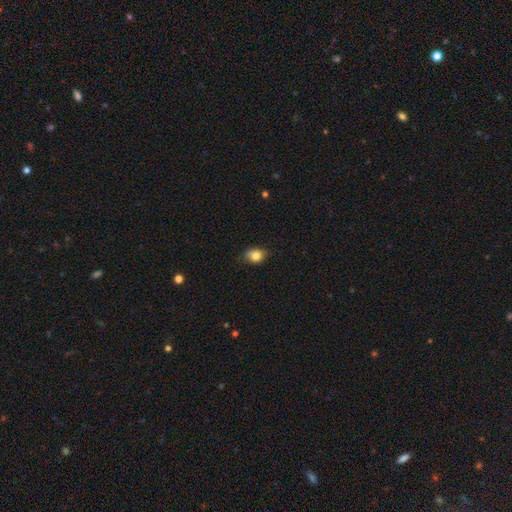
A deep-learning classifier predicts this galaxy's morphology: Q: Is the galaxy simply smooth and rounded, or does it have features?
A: smooth — 82%.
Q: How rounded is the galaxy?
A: in between — 65%.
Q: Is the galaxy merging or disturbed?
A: none — 74%.